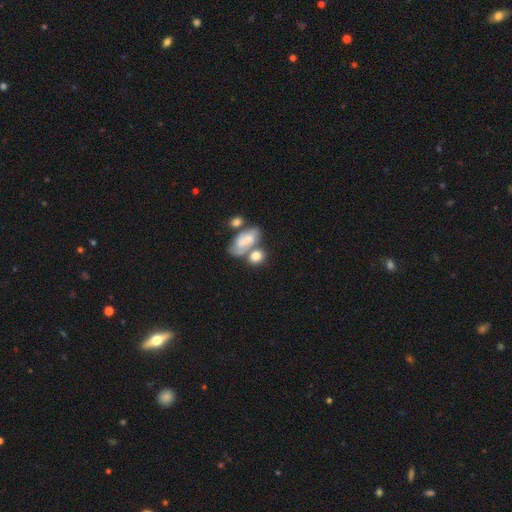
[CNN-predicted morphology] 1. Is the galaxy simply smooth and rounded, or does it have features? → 69% smooth, 22% featured or disk, 9% star or artifact.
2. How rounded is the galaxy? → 61% in between, 36% round, 3% cigar-shaped.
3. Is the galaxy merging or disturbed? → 41% merger, 36% none, 15% minor disturbance, 9% major disturbance.